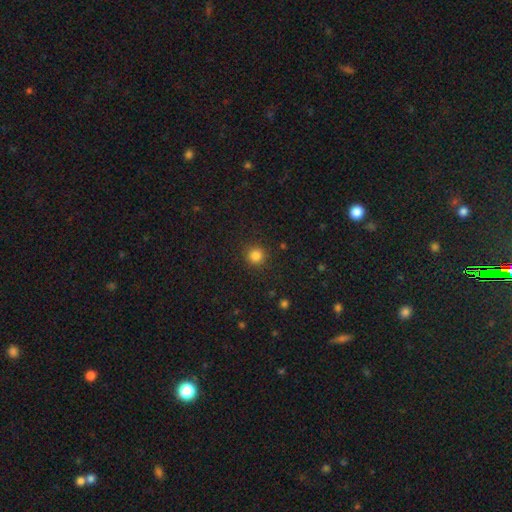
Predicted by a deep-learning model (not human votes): Smooth or featured? Predicted: smooth (p=0.84). How rounded? Predicted: round (p=0.93). Merging? Predicted: none (p=0.90).